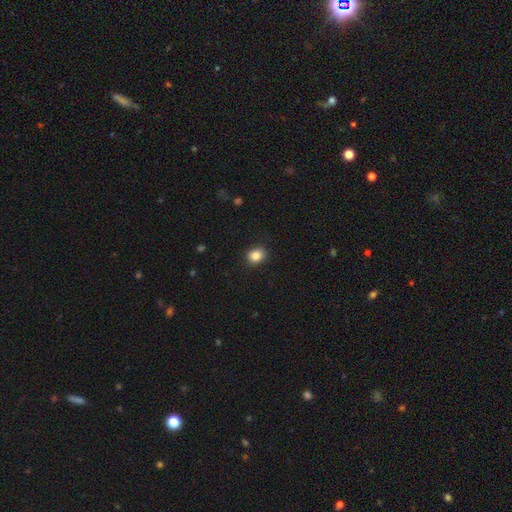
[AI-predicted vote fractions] Morphology: type=smooth (85%); roundness=round (71%); merging=none (89%).